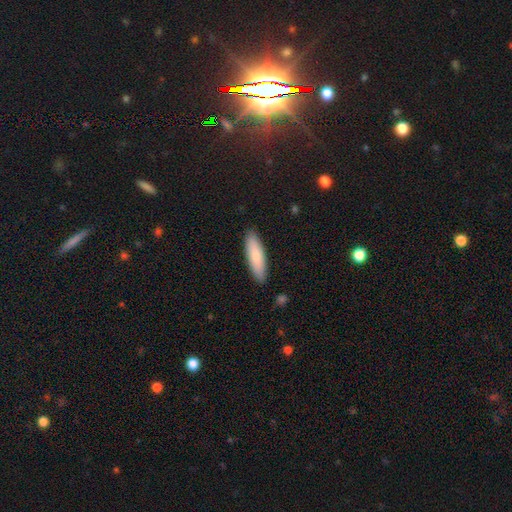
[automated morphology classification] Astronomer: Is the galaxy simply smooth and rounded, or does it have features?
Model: smooth — 79%.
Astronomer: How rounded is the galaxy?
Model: cigar-shaped — 59% (runner-up: in between, 39%).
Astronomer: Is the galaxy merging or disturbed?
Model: none — 88%.